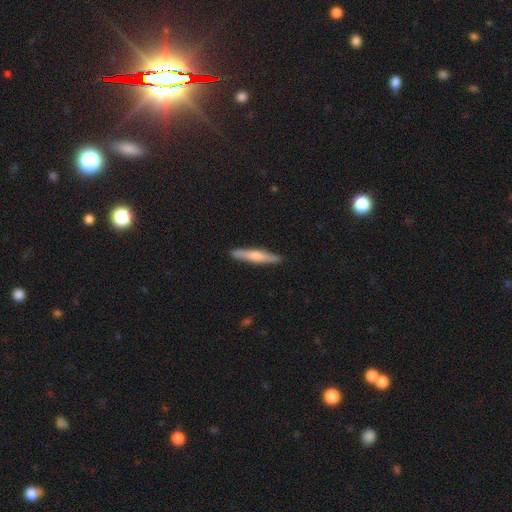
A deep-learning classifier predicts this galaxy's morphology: The model was most divided on "smooth or featured": smooth: 53%, featured or disk: 42%, star or artifact: 5%. More confident: how rounded — cigar-shaped (92%); merging — none (91%).